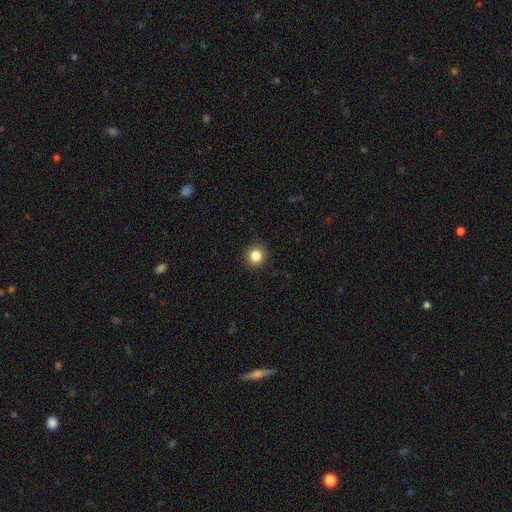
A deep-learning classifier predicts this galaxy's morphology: Smooth or featured? Predicted: smooth (p=0.84). How rounded? Predicted: round (p=0.92). Merging? Predicted: none (p=0.91).